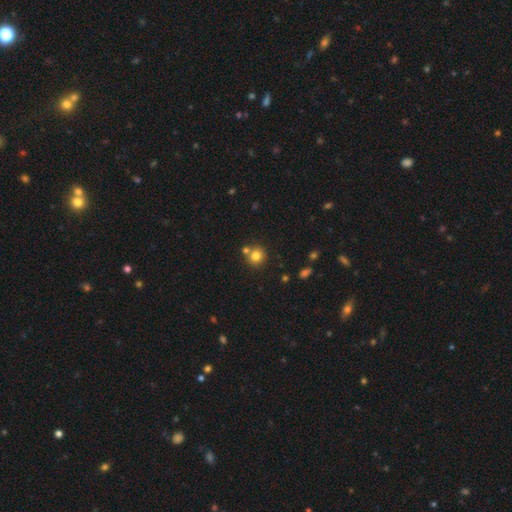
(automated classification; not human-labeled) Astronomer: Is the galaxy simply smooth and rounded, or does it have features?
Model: smooth — 79%.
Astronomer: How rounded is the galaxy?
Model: round — 90%.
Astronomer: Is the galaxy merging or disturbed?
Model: none — 67%.